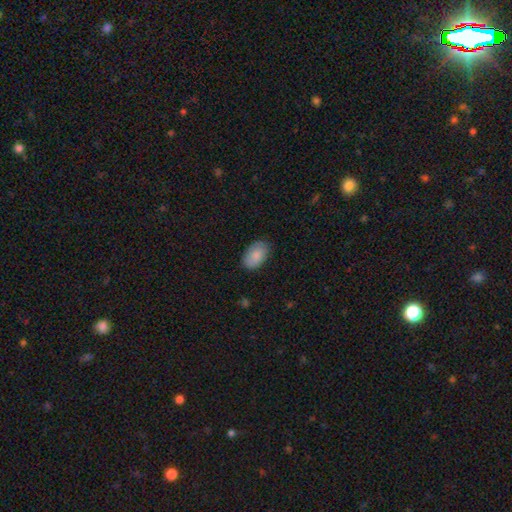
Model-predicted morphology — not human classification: smooth_or_featured: smooth (p=0.87) [alt: featured or disk p=0.07]
how_rounded: in between (p=0.92) [alt: round p=0.07]
merging: none (p=0.83) [alt: minor disturbance p=0.14]